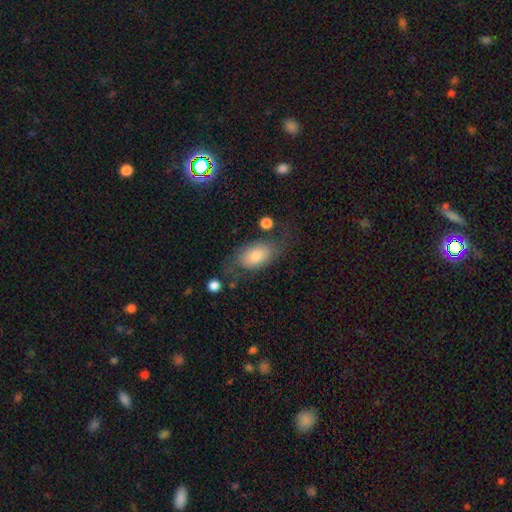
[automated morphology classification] This appears to be a smooth galaxy with no disk features (63%) that is in between round and cigar-shaped (88%). Merging: none (52%).